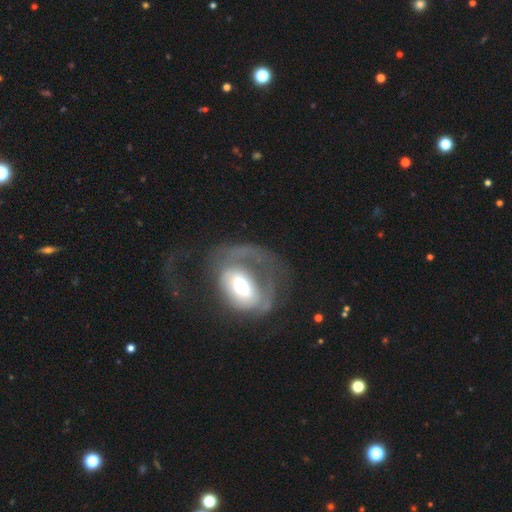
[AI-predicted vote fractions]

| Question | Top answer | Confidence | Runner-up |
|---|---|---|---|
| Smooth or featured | featured or disk | 70% | smooth (21%) |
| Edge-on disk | no | 94% | yes (6%) |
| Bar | no | 43% | weak (32%) |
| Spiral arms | yes | 57% | no (43%) |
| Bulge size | moderate | 62% | small (18%) |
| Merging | none | 43% | major disturbance (37%) |